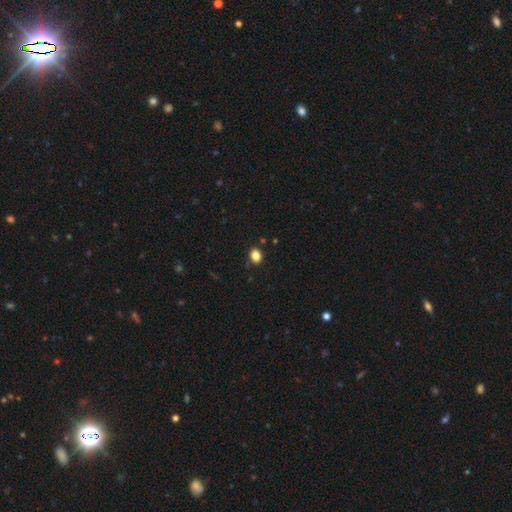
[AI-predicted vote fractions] Smooth or featured? Predicted: smooth (p=0.85). How rounded? Predicted: in between (p=0.56). Merging? Predicted: none (p=0.86).